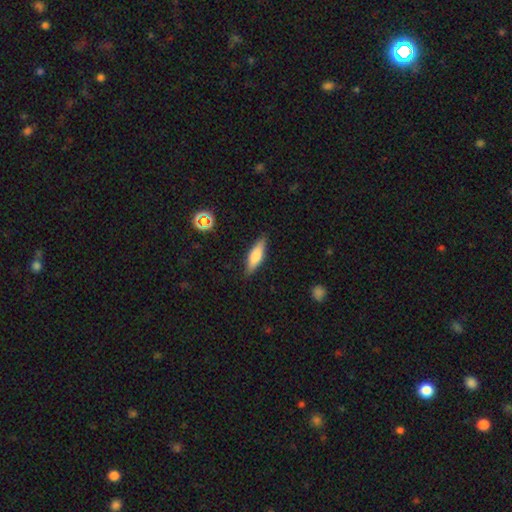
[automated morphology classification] Overall: smooth (61%; featured or disk 31%). How rounded: cigar-shaped (57%; in between 41%). Merging: none (87%).